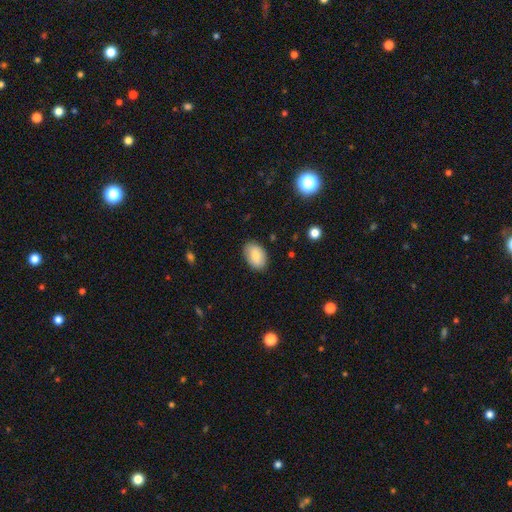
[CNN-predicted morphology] Smooth or featured: smooth — 85% (featured or disk — 9%)
How rounded: in between — 88% (round — 11%)
Merging: none — 85% (minor disturbance — 11%)